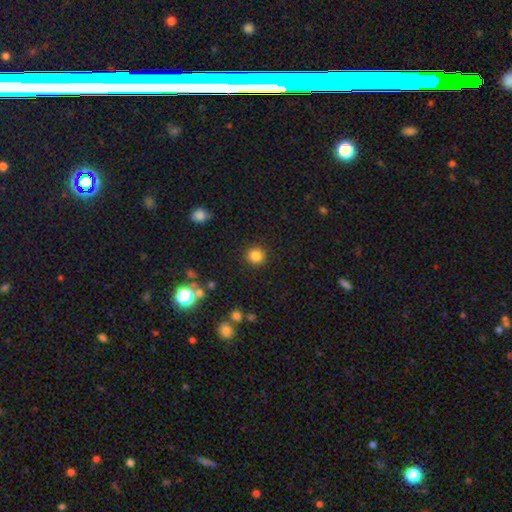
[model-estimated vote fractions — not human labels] Morphology: type=smooth (84%); roundness=round (91%); merging=none (91%).